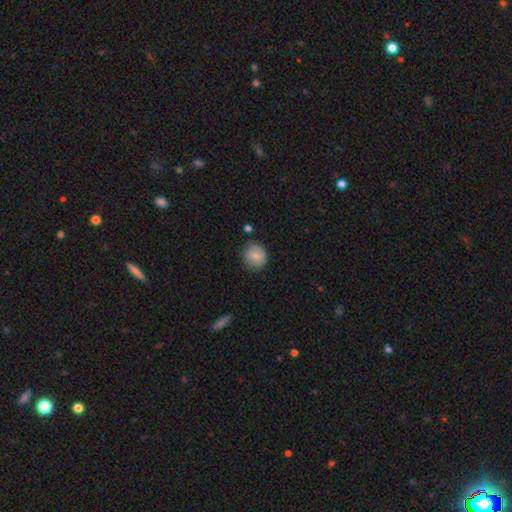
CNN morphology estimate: The model was most divided on "merging": none: 77%, minor disturbance: 16%, major disturbance: 3%, merger: 3%. More confident: how rounded — round (83%); smooth or featured — smooth (83%).